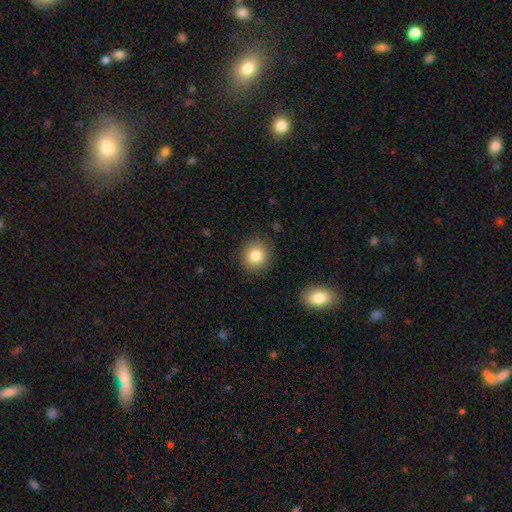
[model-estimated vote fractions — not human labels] Q: Smooth or featured?
A: smooth (82%); runner-up: star or artifact (10%)
Q: How rounded?
A: round (88%); runner-up: in between (11%)
Q: Merging?
A: none (88%); runner-up: minor disturbance (8%)